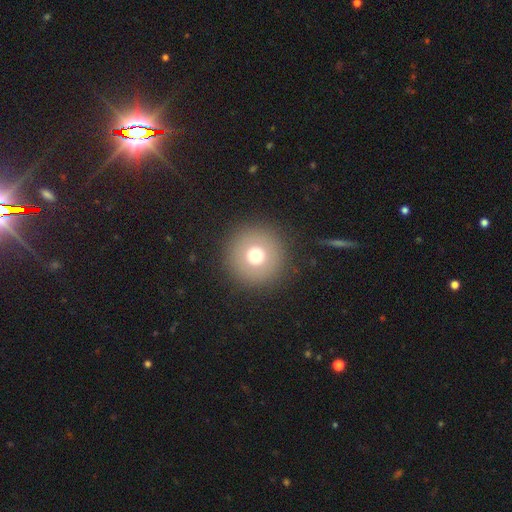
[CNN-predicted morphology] Smooth or featured? smooth (70%)
How rounded? round (97%)
Merging? none (91%)